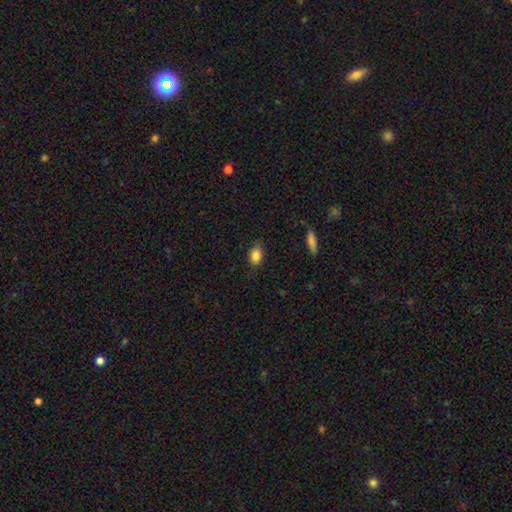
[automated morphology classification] Smooth or featured?
  - smooth: 85% *
  - star or artifact: 9%
  - featured or disk: 6%
How rounded?
  - in between: 80% *
  - round: 18%
  - cigar-shaped: 2%
Merging?
  - none: 80% *
  - minor disturbance: 15%
  - major disturbance: 3%
  - merger: 1%